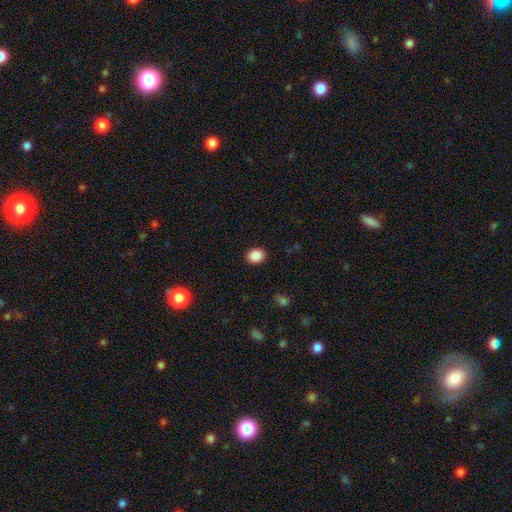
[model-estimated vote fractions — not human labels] Morphology: type=smooth (88%); roundness=in between (52%); merging=none (90%).